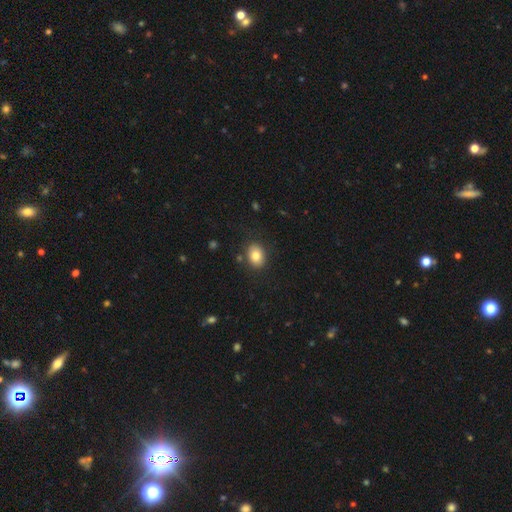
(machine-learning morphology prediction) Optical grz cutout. It shows a smooth galaxy with no disk features (82%) that is in between round and cigar-shaped (64%). Merging: none (85%).